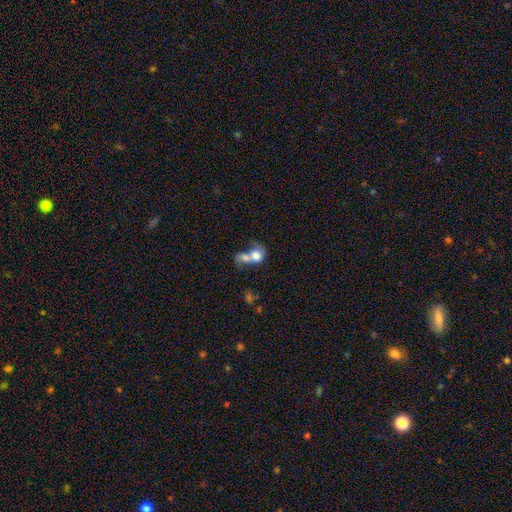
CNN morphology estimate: smooth-or-featured: smooth: 71% | featured or disk: 20% | star or artifact: 9%
  how-rounded: round: 54% | in between: 45% | cigar-shaped: 1%
  merging: merger: 73% | none: 13% | major disturbance: 9% | minor disturbance: 6%